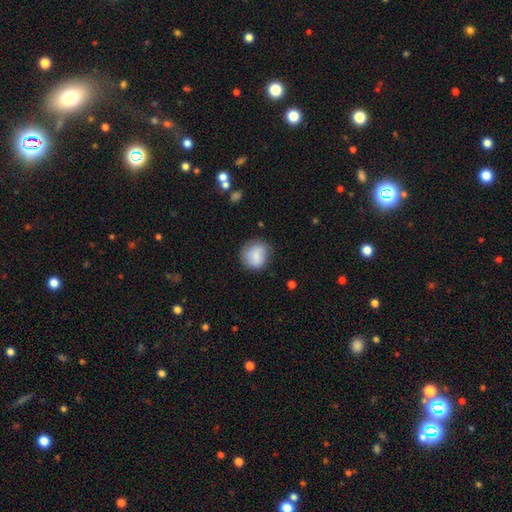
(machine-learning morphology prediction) Smooth or featured?
  - smooth: 80% *
  - featured or disk: 13%
  - star or artifact: 7%
How rounded?
  - round: 80% *
  - in between: 19%
  - cigar-shaped: 1%
Merging?
  - none: 73% *
  - minor disturbance: 20%
  - major disturbance: 6%
  - merger: 2%